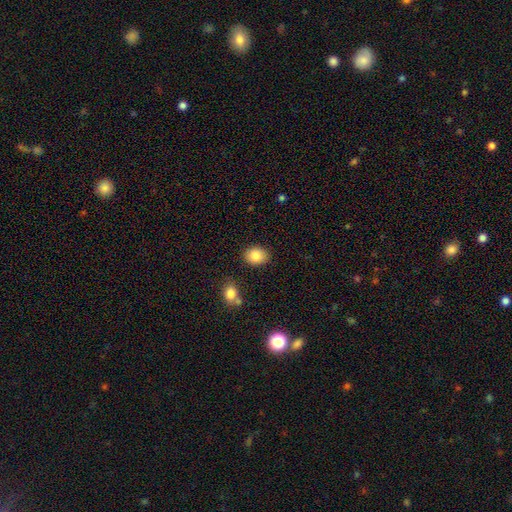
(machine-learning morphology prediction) Smooth or featured: smooth — 85% (star or artifact — 8%)
How rounded: in between — 58% (round — 41%)
Merging: none — 85% (minor disturbance — 10%)